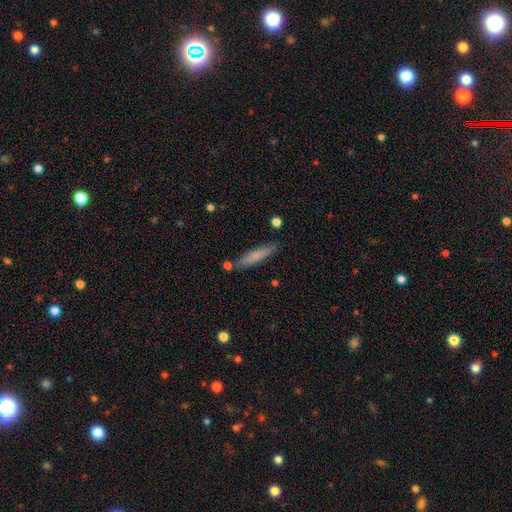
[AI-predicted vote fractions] This appears to be a smooth galaxy with no disk features (72%) that is cigar-shaped (88%). Merging: none (82%).